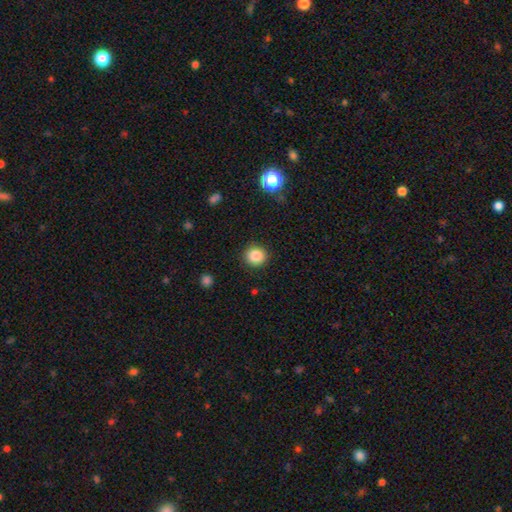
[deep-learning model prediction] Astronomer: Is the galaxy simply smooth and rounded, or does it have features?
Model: smooth — 86%.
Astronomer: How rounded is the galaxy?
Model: round — 91%.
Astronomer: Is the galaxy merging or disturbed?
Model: none — 91%.